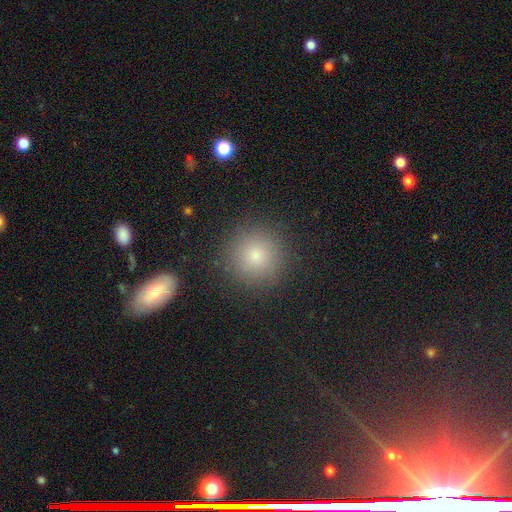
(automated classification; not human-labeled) The model was most divided on "smooth or featured": smooth: 79%, star or artifact: 13%, featured or disk: 8%. More confident: how rounded — round (95%); merging — none (89%).